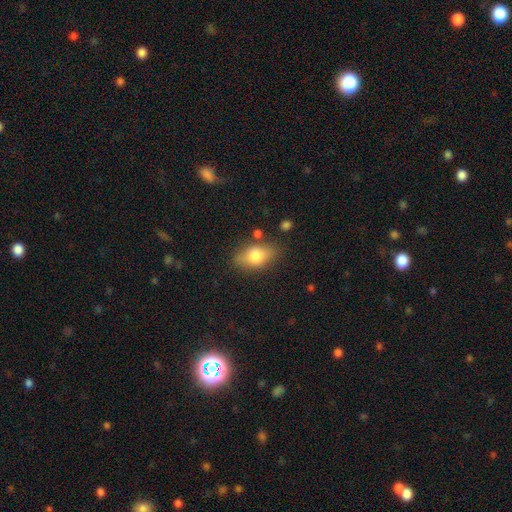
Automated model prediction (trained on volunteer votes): Smooth or featured? Predicted: smooth (p=0.73). How rounded? Predicted: in between (p=0.83). Merging? Predicted: none (p=0.75).